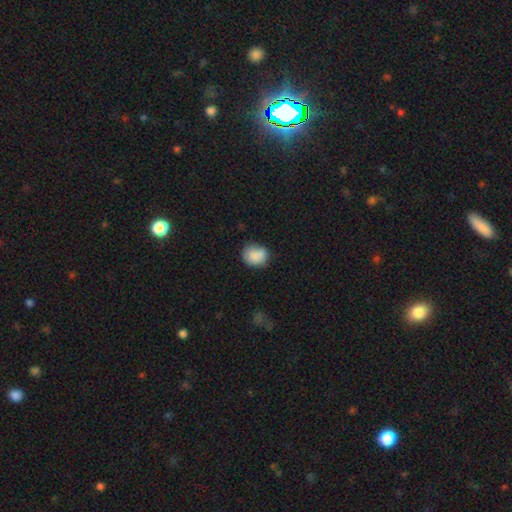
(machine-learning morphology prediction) A smooth galaxy with no disk features (85%) that is round (66%). Merging: none (66%).